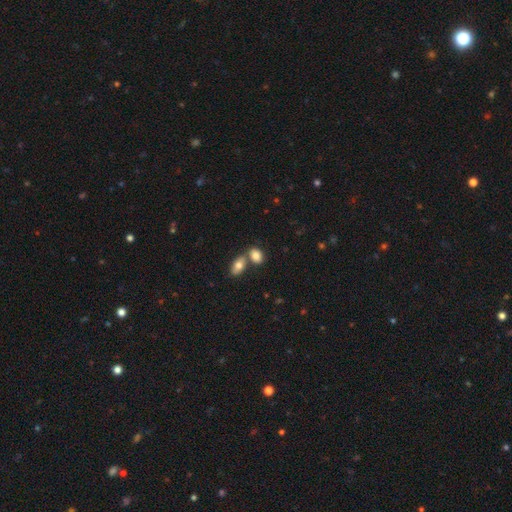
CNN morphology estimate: Smooth or featured: smooth — 82% (featured or disk — 10%)
How rounded: in between — 85% (round — 13%)
Merging: none — 46% (merger — 41%)